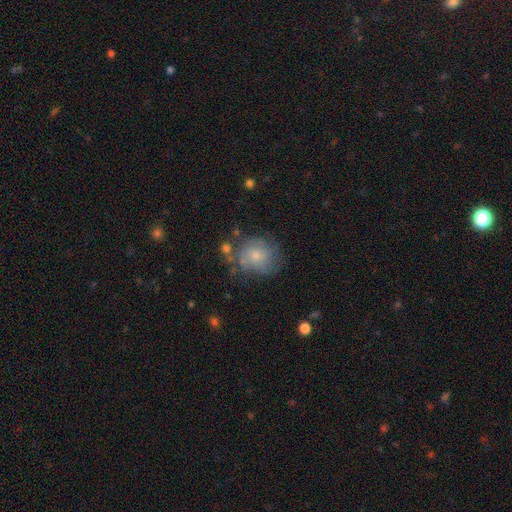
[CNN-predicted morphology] smooth 63%, featured or disk 27%, star or artifact 10%. Down the decision tree: how rounded — round (74%); merging — none (55%).